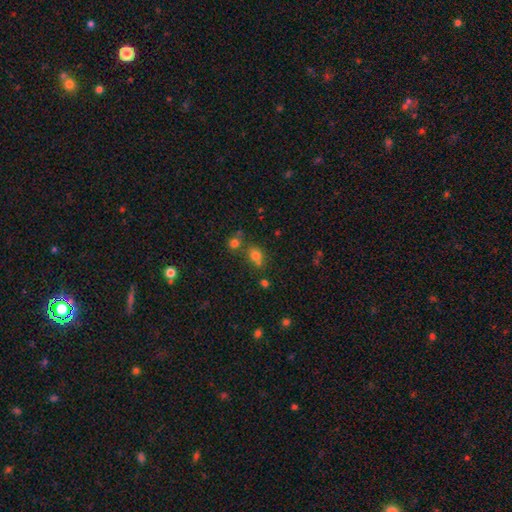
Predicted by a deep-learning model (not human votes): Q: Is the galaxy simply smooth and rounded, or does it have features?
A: smooth — 73%.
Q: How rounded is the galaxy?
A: round — 57%.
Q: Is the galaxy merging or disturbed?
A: none — 59%.